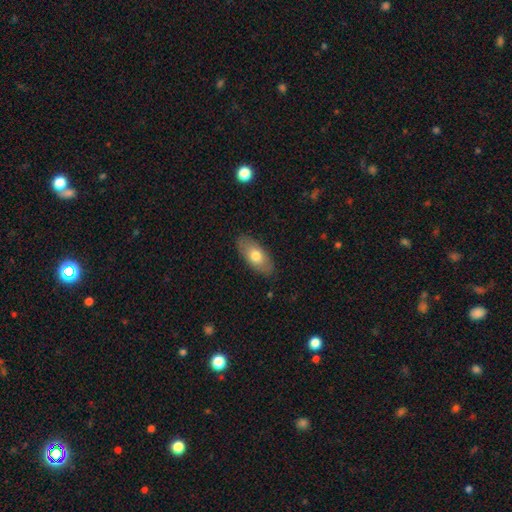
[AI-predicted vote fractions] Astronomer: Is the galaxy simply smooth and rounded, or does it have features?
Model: smooth — 69%.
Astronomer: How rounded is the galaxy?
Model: in between — 89%.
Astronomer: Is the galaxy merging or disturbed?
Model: none — 86%.